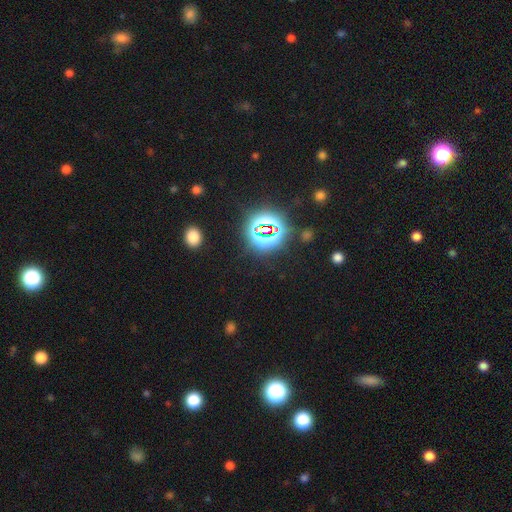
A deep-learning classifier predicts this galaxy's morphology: Smooth or featured: star or artifact — 81% (smooth — 13%)